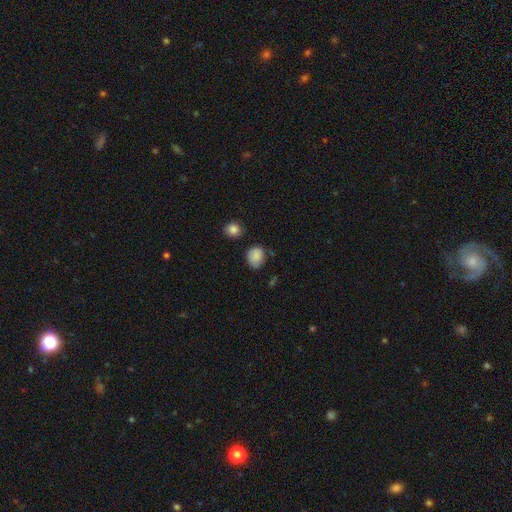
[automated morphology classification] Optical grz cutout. It shows a smooth galaxy with no disk features (86%) that is round (62%). Merging: none (72%).